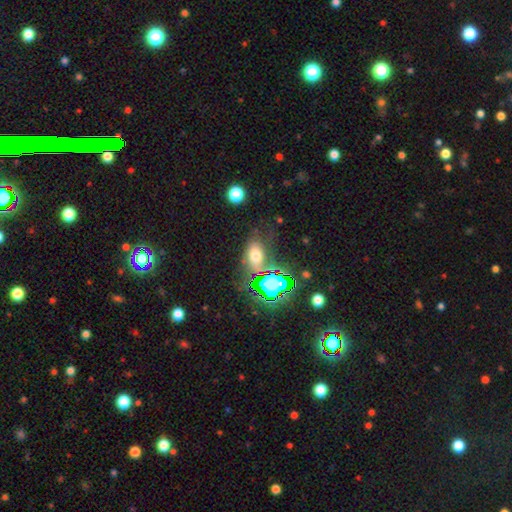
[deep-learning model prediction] Morphology: type=smooth (55%); roundness=in between (81%); merging=none (58%).